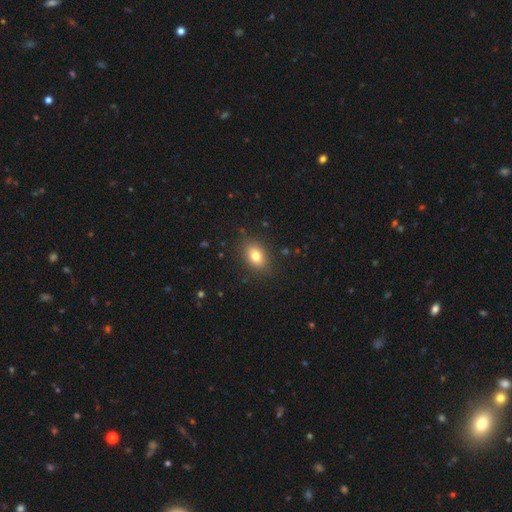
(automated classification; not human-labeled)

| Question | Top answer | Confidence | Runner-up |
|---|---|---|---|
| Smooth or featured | smooth | 79% | featured or disk (10%) |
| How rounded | in between | 75% | round (23%) |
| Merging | none | 87% | minor disturbance (9%) |